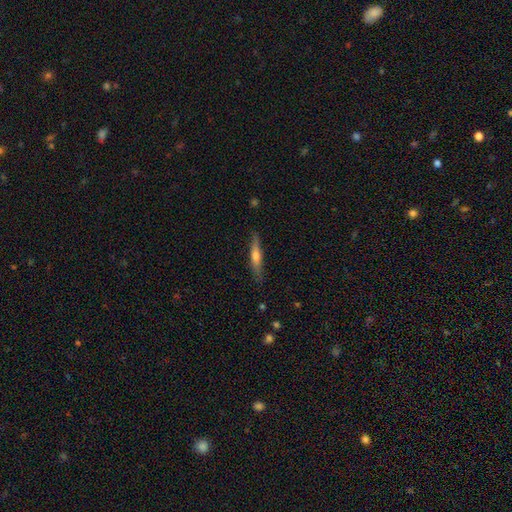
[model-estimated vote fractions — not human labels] Q: Smooth or featured?
A: smooth (51%); runner-up: featured or disk (43%)
Q: How rounded?
A: cigar-shaped (88%); runner-up: in between (10%)
Q: Merging?
A: none (83%); runner-up: minor disturbance (13%)